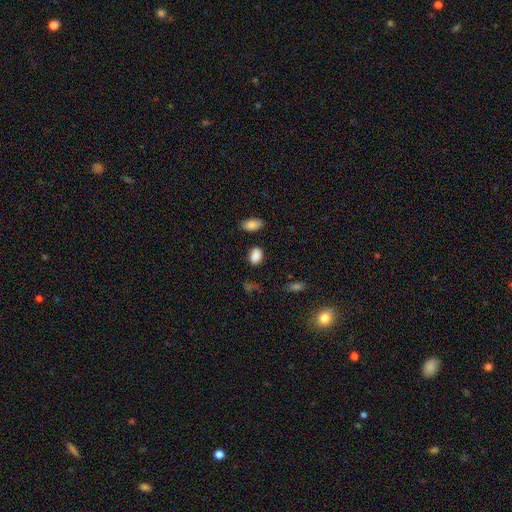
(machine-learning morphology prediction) smooth-or-featured: smooth: 86% | star or artifact: 10% | featured or disk: 5%
  how-rounded: in between: 81% | round: 17% | cigar-shaped: 2%
  merging: none: 79% | minor disturbance: 13% | merger: 4% | major disturbance: 3%